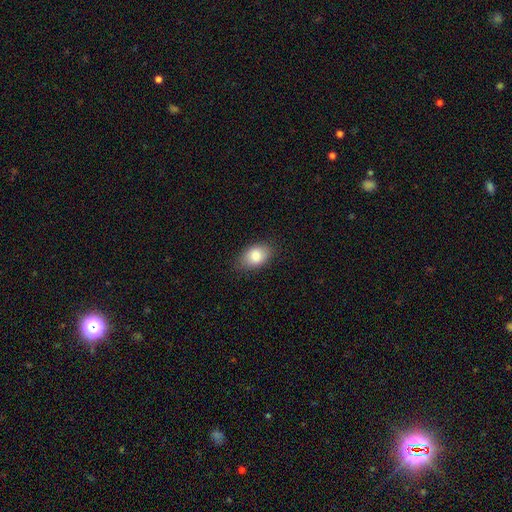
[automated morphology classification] Smooth or featured?
  - smooth: 84% *
  - featured or disk: 9%
  - star or artifact: 8%
How rounded?
  - in between: 86% *
  - round: 13%
  - cigar-shaped: 1%
Merging?
  - none: 83% *
  - minor disturbance: 14%
  - major disturbance: 3%
  - merger: 1%